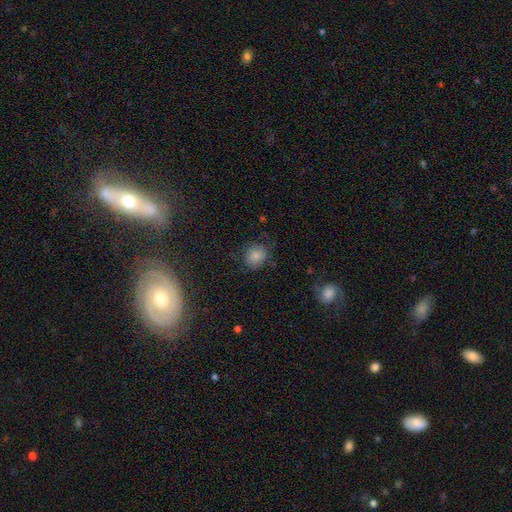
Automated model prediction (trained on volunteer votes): smooth 82%, star or artifact 11%, featured or disk 7%. Down the decision tree: how rounded — round (72%); merging — none (76%).